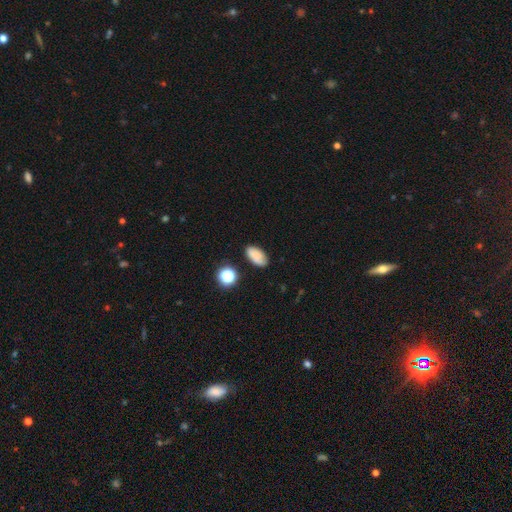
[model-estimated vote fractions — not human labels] A smooth galaxy with no disk features (81%) that is in between round and cigar-shaped (91%). Merging: none (79%).